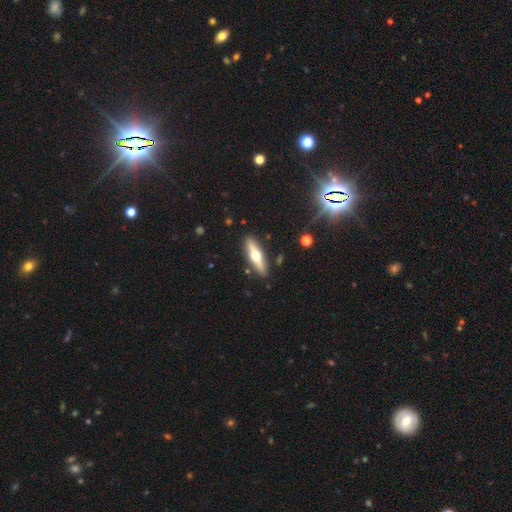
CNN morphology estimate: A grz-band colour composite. It shows a featured or disk galaxy (57%) viewed edge-on (91%) with a rounded central bulge (95%). Merging: none (88%).